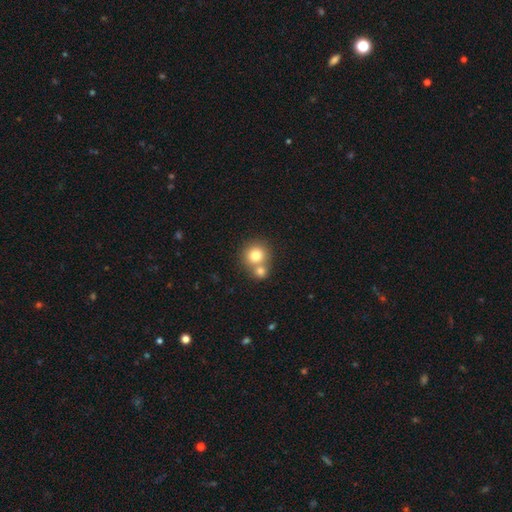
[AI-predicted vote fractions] Smooth or featured? smooth (78%)
How rounded? round (88%)
Merging? merger (47%)